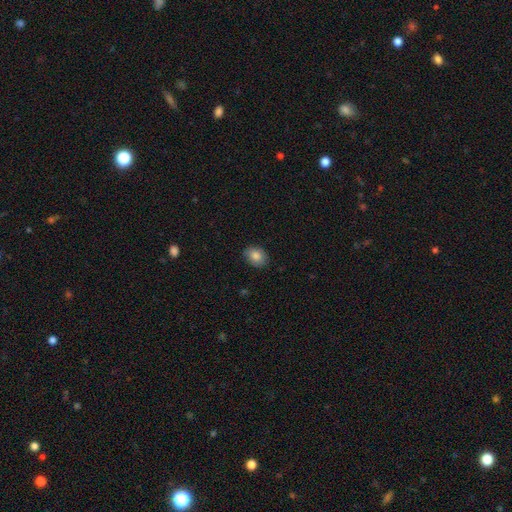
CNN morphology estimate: This is clearly a smooth galaxy (84%). How rounded: likely in between (62%). Merging: clearly none (85%).